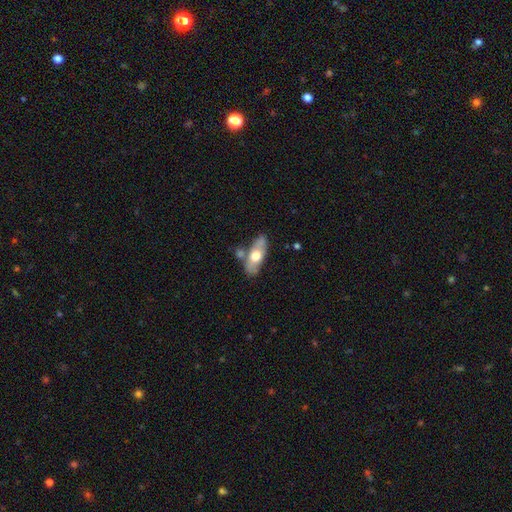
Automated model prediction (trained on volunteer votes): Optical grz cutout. It shows a smooth galaxy with no disk features (51%) that is in between round and cigar-shaped (77%). Merging: none (66%).